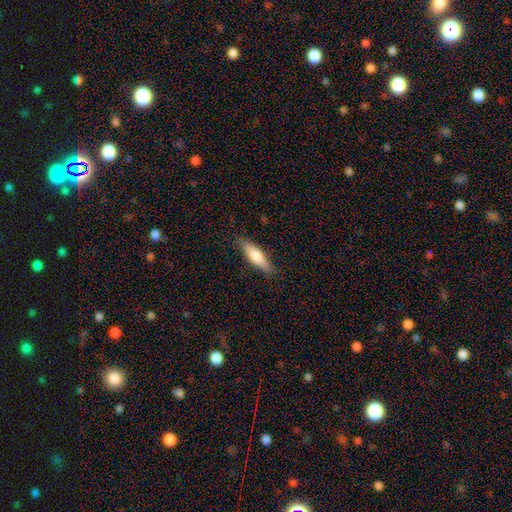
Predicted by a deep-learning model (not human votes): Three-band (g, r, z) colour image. It shows a smooth galaxy with no disk features (72%) that is cigar-shaped (55%). Merging: none (84%).